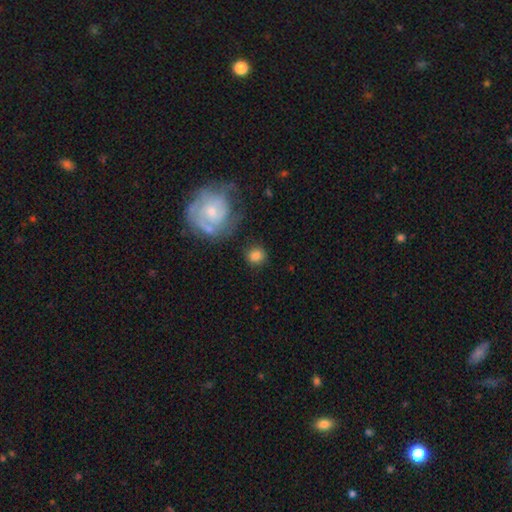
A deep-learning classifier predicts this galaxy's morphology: type=smooth (77%); roundness=round (88%); merging=none (81%).